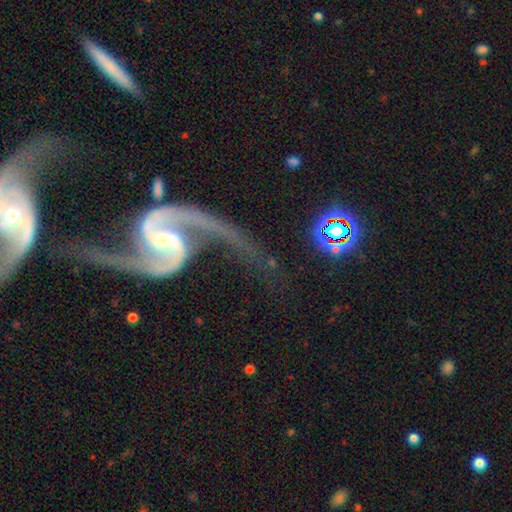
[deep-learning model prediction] smooth_or_featured: featured or disk (p=0.90) [alt: star or artifact p=0.06]
disk_edge_on: no (p=0.96) [alt: yes p=0.04]
bar: weak (p=0.43) [alt: strong p=0.29]
has_spiral_arms: yes (p=0.97) [alt: no p=0.03]
spiral_winding: loose (p=0.55) [alt: medium p=0.36]
spiral_arm_count: 2 (p=0.93) [alt: 1 p=0.02]
bulge_size: small (p=0.62) [alt: moderate p=0.31]
merging: none (p=0.51) [alt: minor disturbance p=0.18]